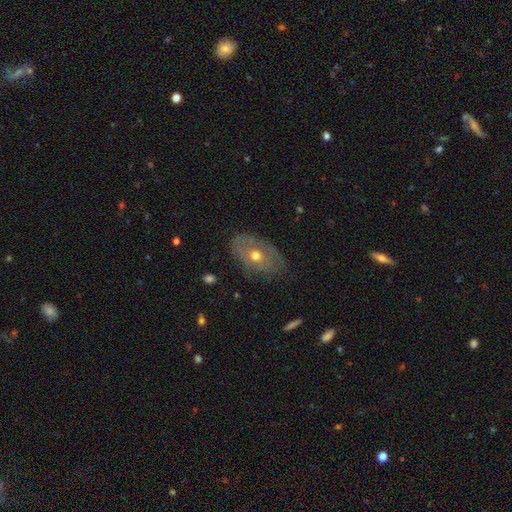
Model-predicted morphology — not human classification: A featured or disk galaxy (52%).

Vote fractions:
- Smooth or featured? featured or disk: 52% / smooth: 40% / star or artifact: 8%
- Edge-on disk? no: 91% / yes: 9%
- Merging? none: 66% / minor disturbance: 23% / major disturbance: 9% / merger: 2%